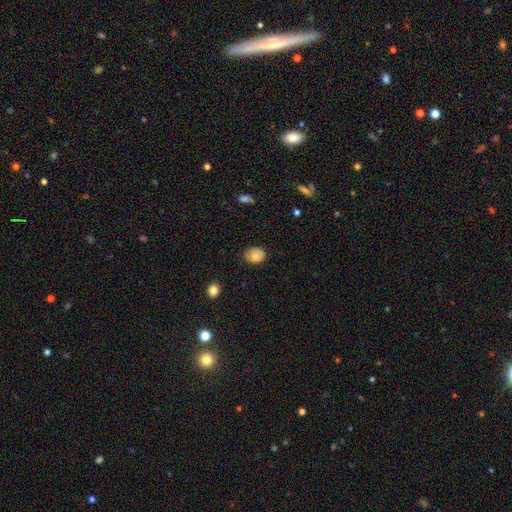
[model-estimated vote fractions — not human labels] smooth 77%, featured or disk 15%, star or artifact 9%. Down the decision tree: how rounded — in between (56%); merging — none (77%).